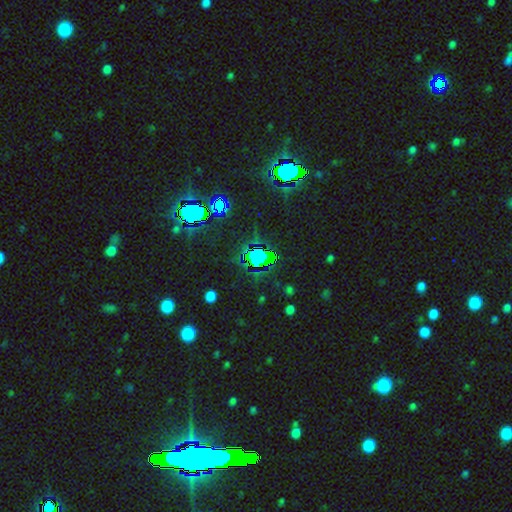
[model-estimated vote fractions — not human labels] smooth-or-featured: star or artifact: 79% | smooth: 12% | featured or disk: 9%